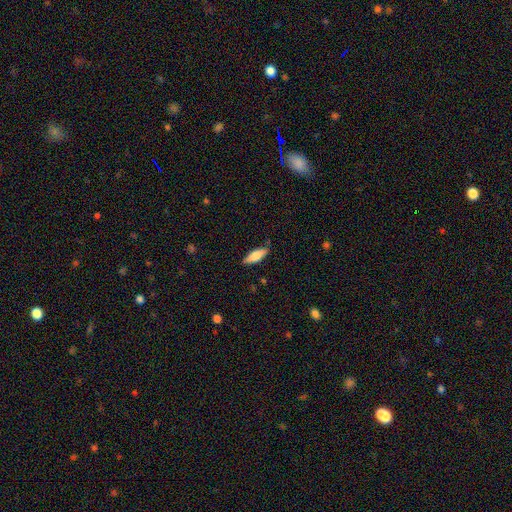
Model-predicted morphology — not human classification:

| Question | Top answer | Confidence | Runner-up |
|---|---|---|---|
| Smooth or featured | smooth | 68% | featured or disk (26%) |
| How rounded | in between | 58% | cigar-shaped (40%) |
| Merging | none | 84% | minor disturbance (12%) |